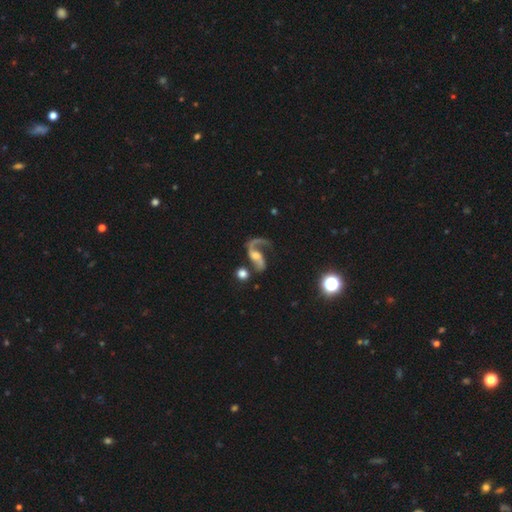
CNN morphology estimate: smooth-or-featured: featured or disk: 85% | smooth: 8% | star or artifact: 7%
  disk-edge-on: no: 97% | yes: 3%
    bar: no: 44% | weak: 37% | strong: 18%
    has-spiral-arms: yes: 94% | no: 6%
      spiral-winding: loose: 70% | medium: 25% | tight: 5%
      spiral-arm-count: 2: 67% | 1: 29% | can't tell: 2% | 3: 1% | 4: 1% | more than 4: 1%
    bulge-size: moderate: 43% | small: 35% | none: 11% | large: 9% | dominant: 2%
  merging: none: 42% | major disturbance: 29% | minor disturbance: 15% | merger: 14%